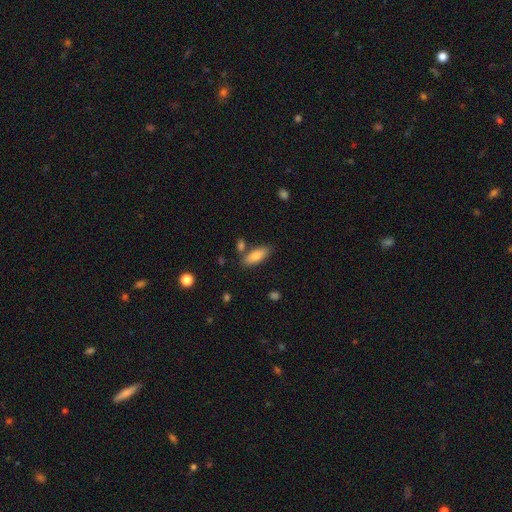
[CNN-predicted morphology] Smooth or featured: smooth — 81% (featured or disk — 12%)
How rounded: in between — 72% (cigar-shaped — 26%)
Merging: none — 74% (minor disturbance — 13%)